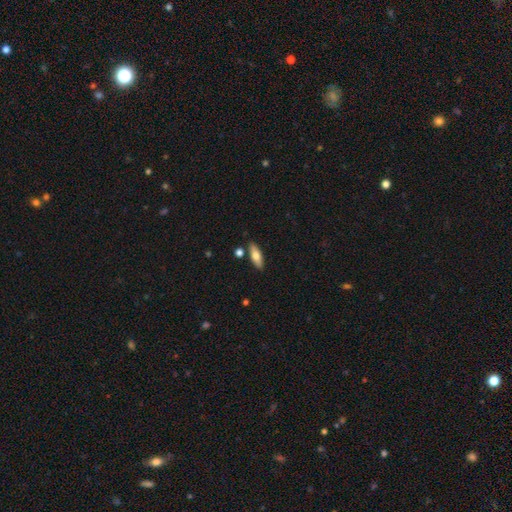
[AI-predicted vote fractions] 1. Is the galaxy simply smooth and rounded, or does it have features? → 67% smooth, 27% featured or disk, 6% star or artifact.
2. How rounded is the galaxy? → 58% in between, 39% cigar-shaped, 3% round.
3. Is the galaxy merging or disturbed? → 84% none, 9% minor disturbance, 4% merger, 2% major disturbance.